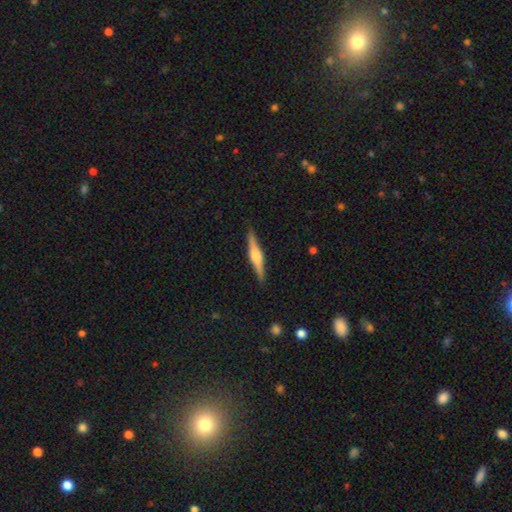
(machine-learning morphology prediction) type=featured or disk (73%); edge-on=yes (98%); edge-on bulge=rounded (80%); merging=none (90%).